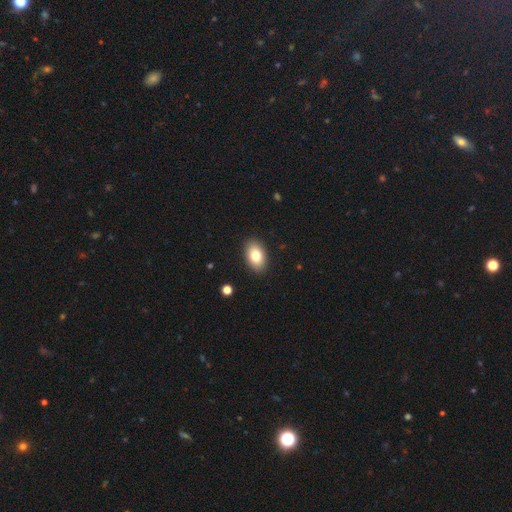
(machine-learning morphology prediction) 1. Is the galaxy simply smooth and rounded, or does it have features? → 80% smooth, 12% featured or disk, 8% star or artifact.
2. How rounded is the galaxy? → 90% in between, 9% round, 1% cigar-shaped.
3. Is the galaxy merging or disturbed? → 90% none, 7% minor disturbance, 2% major disturbance, 1% merger.